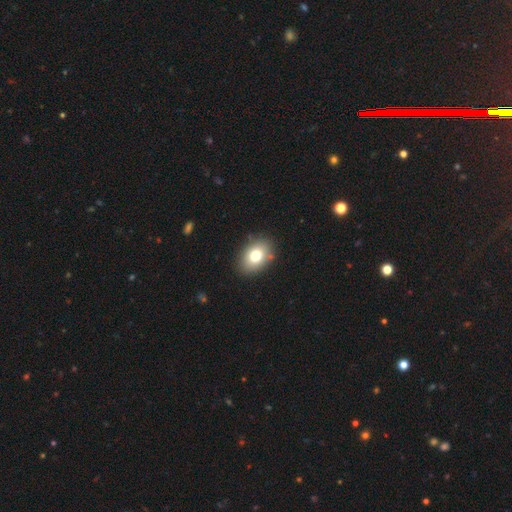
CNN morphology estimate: type=smooth (77%); roundness=in between (78%); merging=none (85%).